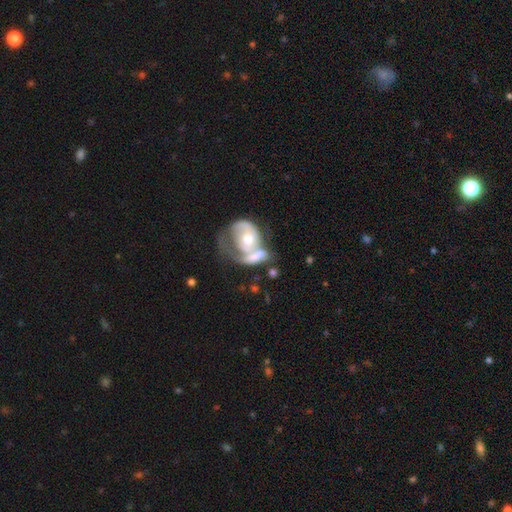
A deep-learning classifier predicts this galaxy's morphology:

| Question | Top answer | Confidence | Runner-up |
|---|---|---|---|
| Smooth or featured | featured or disk | 56% | smooth (38%) |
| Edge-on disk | no | 95% | yes (5%) |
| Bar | no | 74% | weak (20%) |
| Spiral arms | no | 55% | yes (45%) |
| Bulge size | moderate | 64% | small (18%) |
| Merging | merger | 55% | major disturbance (22%) |